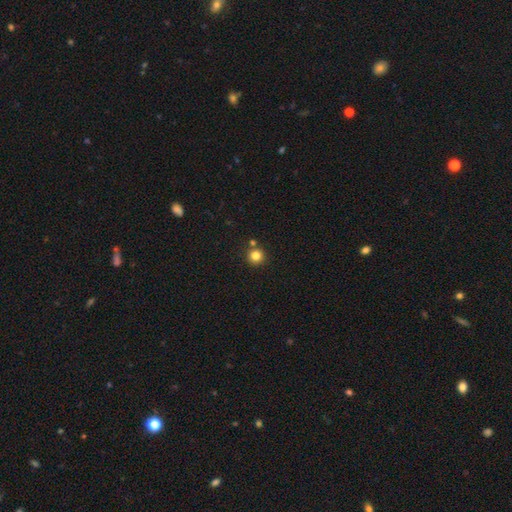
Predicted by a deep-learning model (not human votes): This appears to be a smooth galaxy with no disk features (82%) that is round (95%). Merging: none (82%).